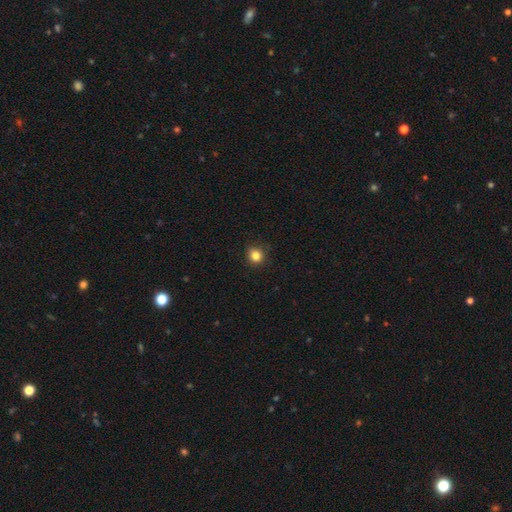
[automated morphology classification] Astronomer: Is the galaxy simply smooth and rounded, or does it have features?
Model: smooth — 83%.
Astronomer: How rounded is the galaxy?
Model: round — 89%.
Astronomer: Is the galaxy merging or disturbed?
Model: none — 87%.